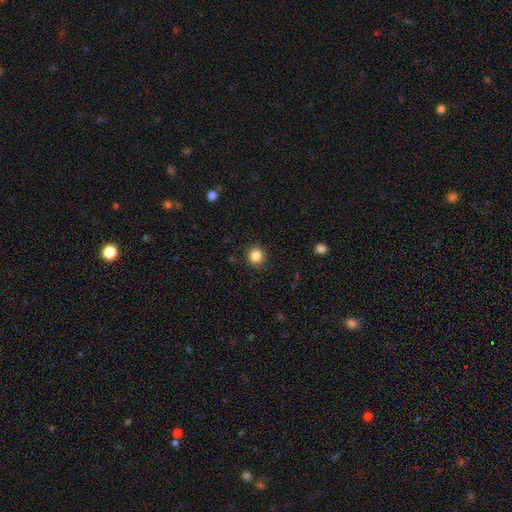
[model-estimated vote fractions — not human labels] This appears to be a smooth galaxy with no disk features (85%) that is round (92%). Merging: none (90%).